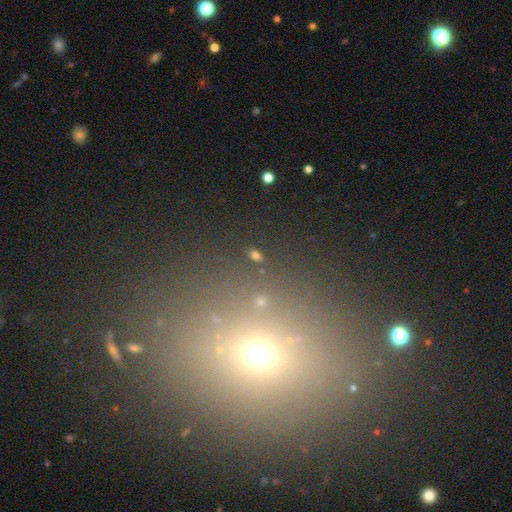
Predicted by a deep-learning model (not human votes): The model was most divided on "smooth or featured": smooth: 59%, star or artifact: 29%, featured or disk: 12%. More confident: merging — none (83%); how rounded — in between (75%).